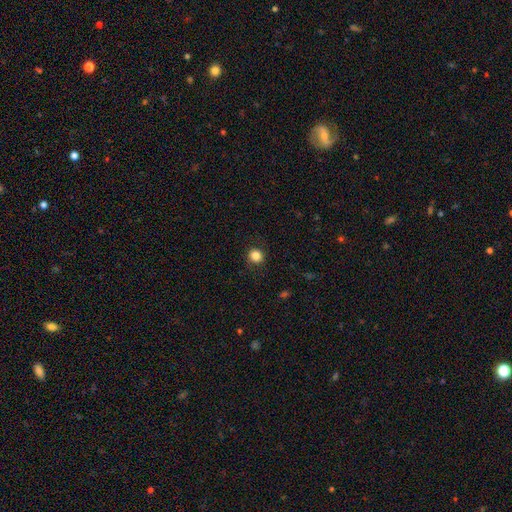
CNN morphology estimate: A smooth galaxy with no disk features (85%) that is round (89%).

Vote fractions:
- Smooth or featured? smooth: 85% / star or artifact: 11% / featured or disk: 5%
- How rounded? round: 89% / in between: 10% / cigar-shaped: 1%
- Merging? none: 88% / minor disturbance: 8% / major disturbance: 3% / merger: 1%